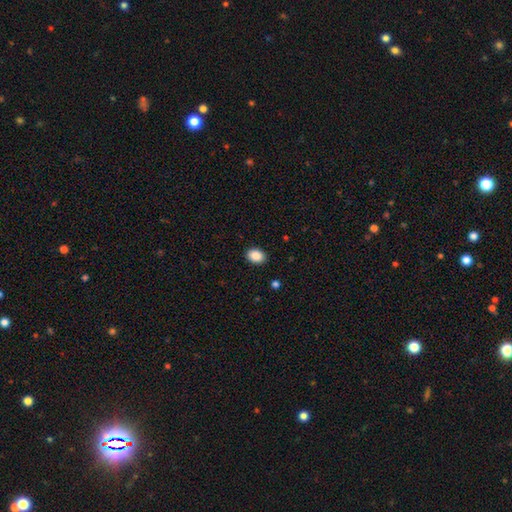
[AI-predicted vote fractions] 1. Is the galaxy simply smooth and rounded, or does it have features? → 89% smooth, 8% star or artifact, 4% featured or disk.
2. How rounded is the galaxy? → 75% in between, 24% round, 1% cigar-shaped.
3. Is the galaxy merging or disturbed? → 90% none, 7% minor disturbance, 2% major disturbance, 1% merger.